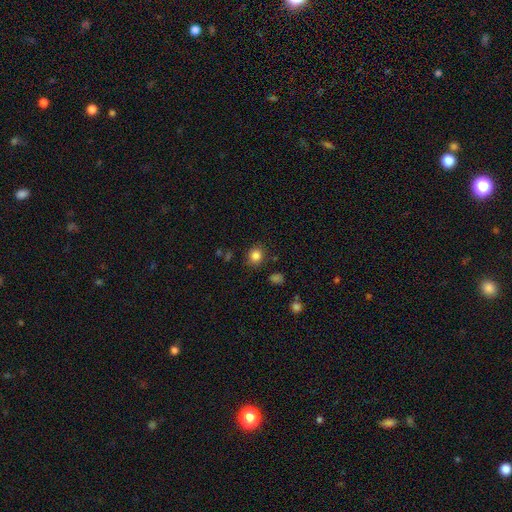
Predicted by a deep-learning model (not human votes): This appears to be a smooth galaxy with no disk features (84%) that is round (77%). Merging: none (84%).